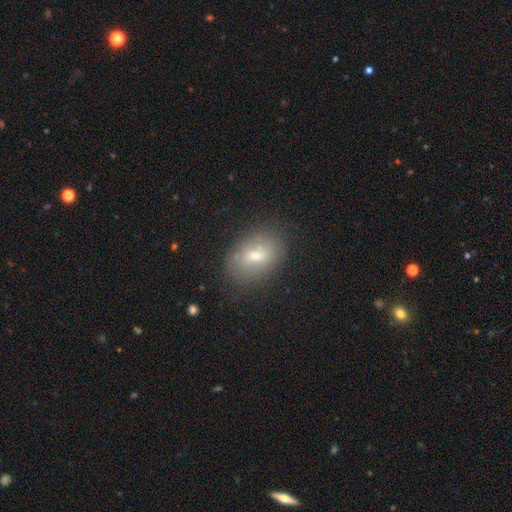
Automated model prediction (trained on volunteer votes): Smooth or featured?
  - smooth: 63% *
  - featured or disk: 26%
  - star or artifact: 11%
How rounded?
  - in between: 82% *
  - round: 16%
  - cigar-shaped: 2%
Merging?
  - none: 77% *
  - minor disturbance: 16%
  - major disturbance: 5%
  - merger: 2%